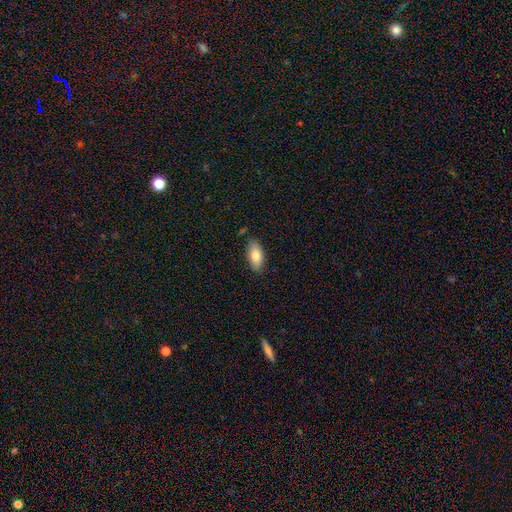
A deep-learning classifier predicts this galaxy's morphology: Smooth or featured?
  - smooth: 80% *
  - featured or disk: 13%
  - star or artifact: 7%
How rounded?
  - in between: 87% *
  - cigar-shaped: 10%
  - round: 3%
Merging?
  - none: 83% *
  - minor disturbance: 13%
  - major disturbance: 2%
  - merger: 2%